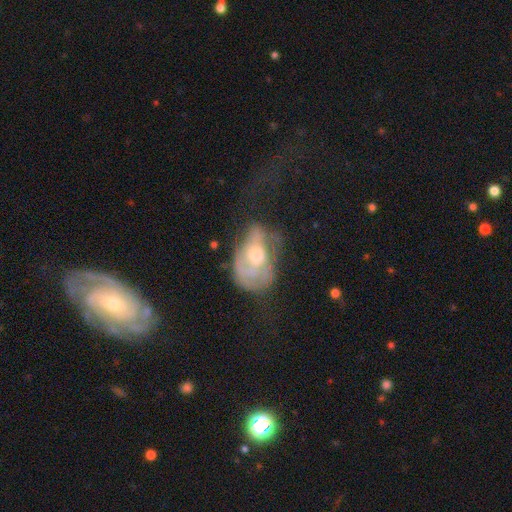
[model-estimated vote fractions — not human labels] A featured or disk galaxy (58%) with no bar (78%), no spiral arms (56%) and a moderate central bulge (66%). Merging: major disturbance (40%).